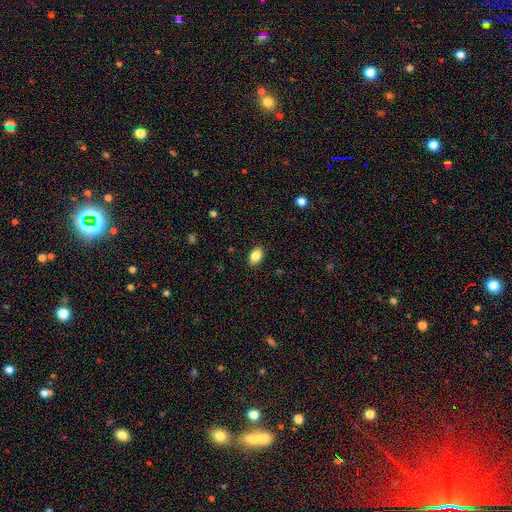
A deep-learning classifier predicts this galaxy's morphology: smooth 86%, star or artifact 8%, featured or disk 6%. Down the decision tree: how rounded — in between (87%); merging — none (89%).